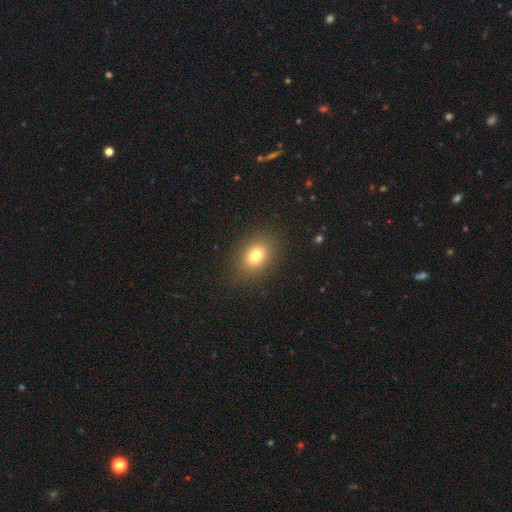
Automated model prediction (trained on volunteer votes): smooth-or-featured: smooth: 78% | star or artifact: 12% | featured or disk: 10%
  how-rounded: in between: 64% | round: 35% | cigar-shaped: 1%
  merging: none: 85% | minor disturbance: 10% | major disturbance: 4% | merger: 1%